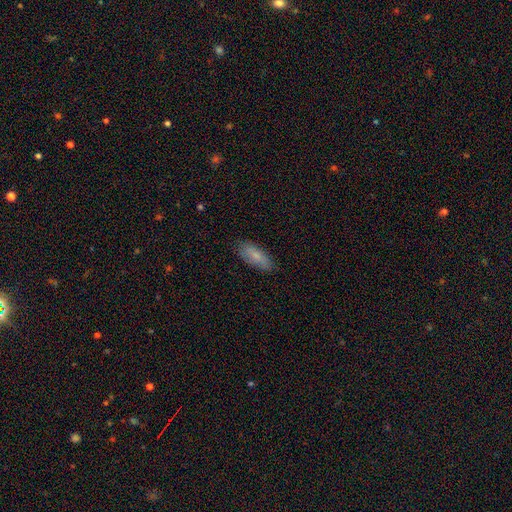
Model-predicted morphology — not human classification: Smooth or featured: smooth — 78% (featured or disk — 16%)
How rounded: in between — 72% (cigar-shaped — 26%)
Merging: none — 81% (minor disturbance — 15%)